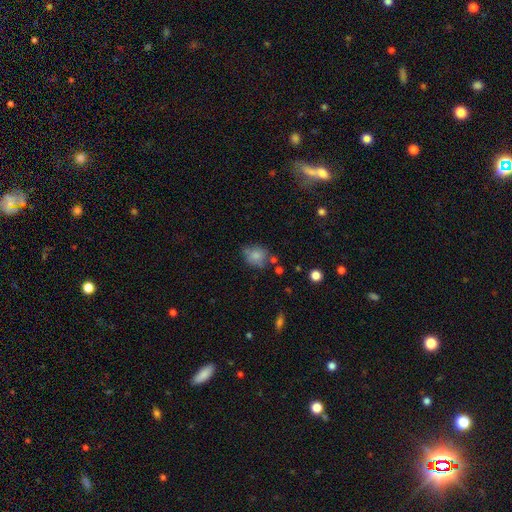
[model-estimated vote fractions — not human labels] Morphology: type=smooth (78%); roundness=round (63%); merging=none (59%).